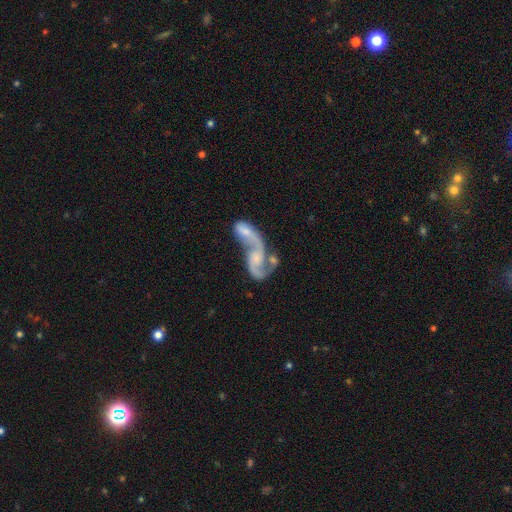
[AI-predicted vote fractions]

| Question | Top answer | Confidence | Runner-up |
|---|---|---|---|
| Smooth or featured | featured or disk | 80% | smooth (13%) |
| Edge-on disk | no | 96% | yes (4%) |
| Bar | no | 62% | weak (30%) |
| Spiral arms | yes | 86% | no (14%) |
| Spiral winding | loose | 68% | medium (25%) |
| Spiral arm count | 2 | 79% | 1 (12%) |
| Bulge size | small | 40% | moderate (29%) |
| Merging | merger | 65% | none (16%) |